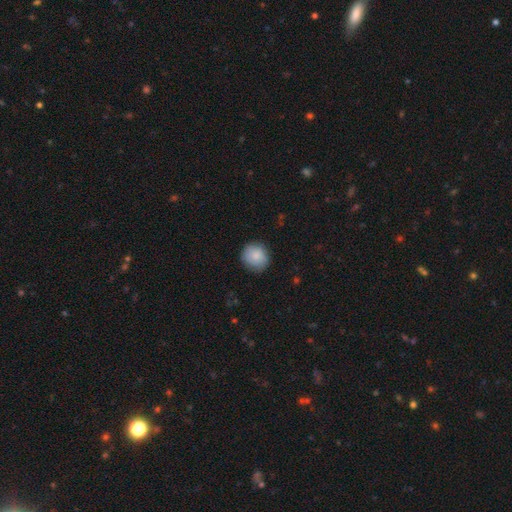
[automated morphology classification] Smooth or featured: smooth — 84% (featured or disk — 9%)
How rounded: round — 88% (in between — 11%)
Merging: none — 84% (minor disturbance — 13%)